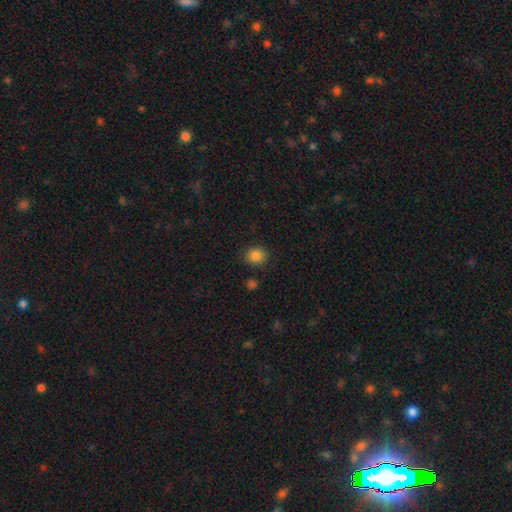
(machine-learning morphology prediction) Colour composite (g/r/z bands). It shows a smooth galaxy with no disk features (85%) that is round (76%). Merging: none (86%).